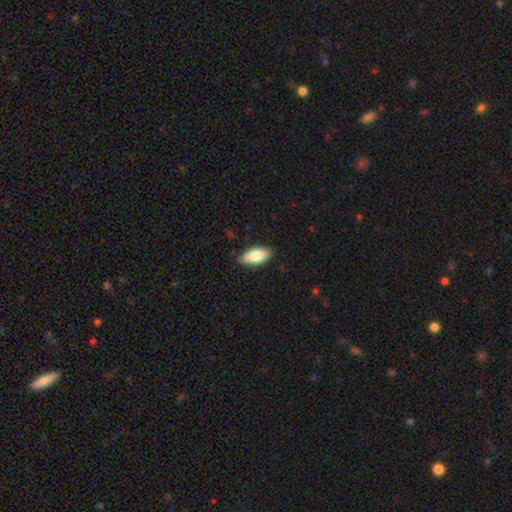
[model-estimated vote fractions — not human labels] The model was most divided on "smooth or featured": smooth: 79%, featured or disk: 15%, star or artifact: 6%. More confident: how rounded — in between (87%); merging — none (87%).